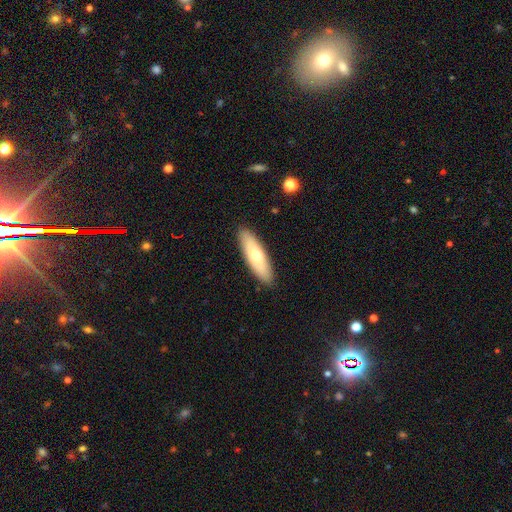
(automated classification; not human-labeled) This is likely a smooth galaxy (63%). How rounded: possibly cigar-shaped (57%). Merging: clearly none (90%).